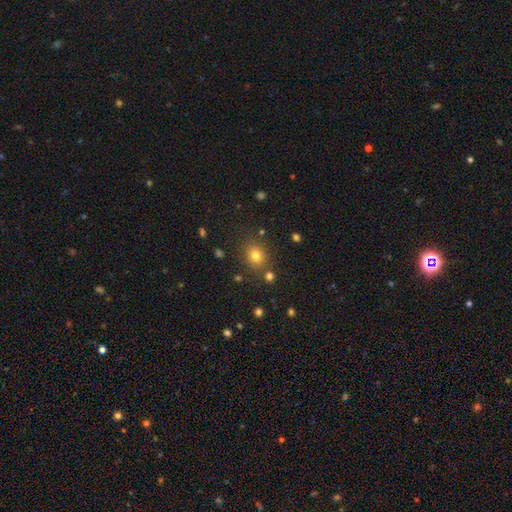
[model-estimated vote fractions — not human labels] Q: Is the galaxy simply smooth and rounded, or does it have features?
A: smooth — 77%.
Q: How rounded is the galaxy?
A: round — 74%.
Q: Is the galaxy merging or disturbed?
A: none — 82%.